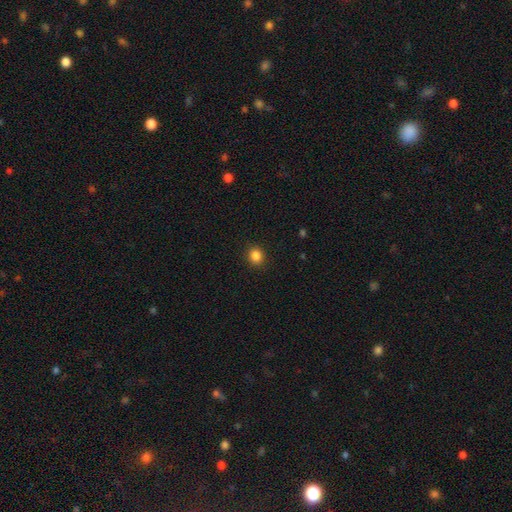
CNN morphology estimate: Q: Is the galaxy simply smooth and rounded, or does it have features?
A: smooth — 86%.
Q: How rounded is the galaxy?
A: round — 76%.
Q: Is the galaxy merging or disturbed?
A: none — 91%.